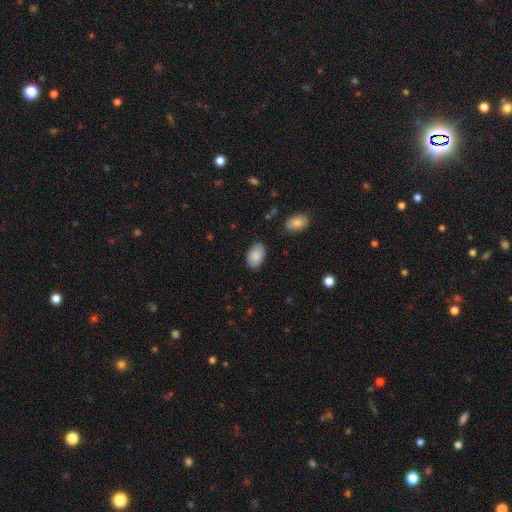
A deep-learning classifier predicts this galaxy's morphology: Smooth or featured? smooth (89%)
How rounded? in between (93%)
Merging? none (85%)